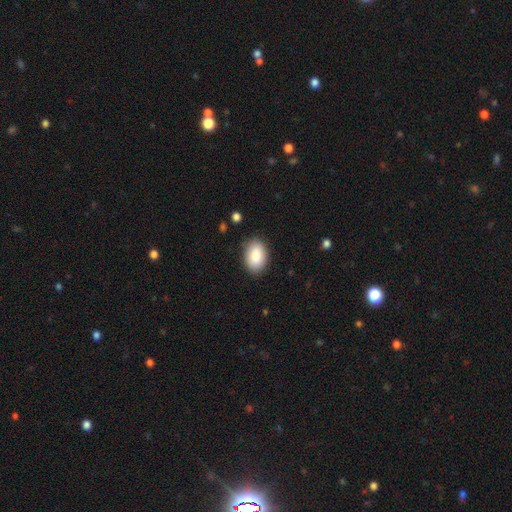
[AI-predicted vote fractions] Q: Smooth or featured?
A: smooth (88%); runner-up: star or artifact (7%)
Q: How rounded?
A: in between (86%); runner-up: round (13%)
Q: Merging?
A: none (86%); runner-up: minor disturbance (10%)